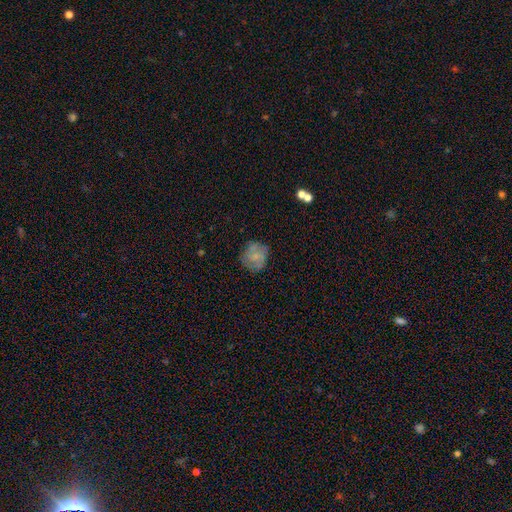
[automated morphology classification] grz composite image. It shows a smooth galaxy with no disk features (58%) that is round (82%). Merging: none (72%).